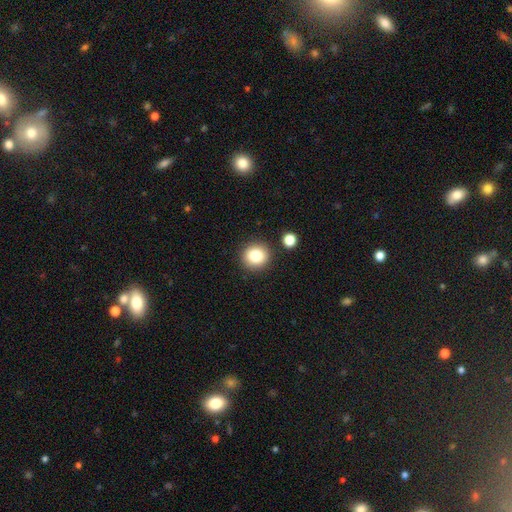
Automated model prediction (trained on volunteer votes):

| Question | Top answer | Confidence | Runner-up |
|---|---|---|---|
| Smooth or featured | smooth | 83% | star or artifact (11%) |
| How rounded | round | 88% | in between (11%) |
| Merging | none | 87% | minor disturbance (7%) |